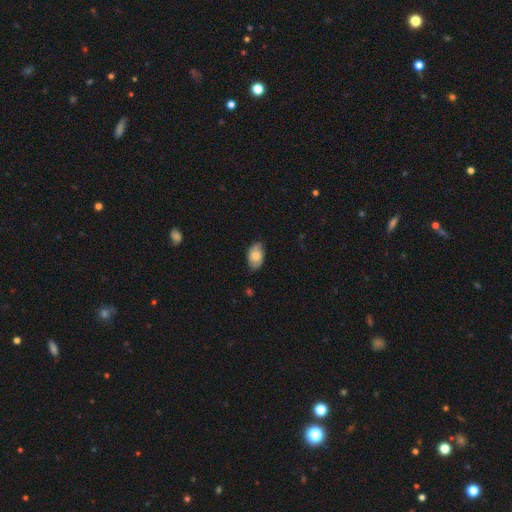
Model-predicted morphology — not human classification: smooth 72%, featured or disk 21%, star or artifact 7%. Down the decision tree: how rounded — in between (92%); merging — none (78%).